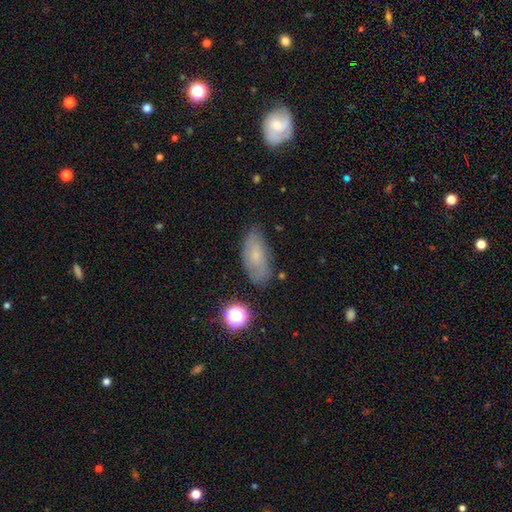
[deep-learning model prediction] smooth 58%, featured or disk 31%, star or artifact 11%. Down the decision tree: how rounded — in between (87%); merging — none (74%).